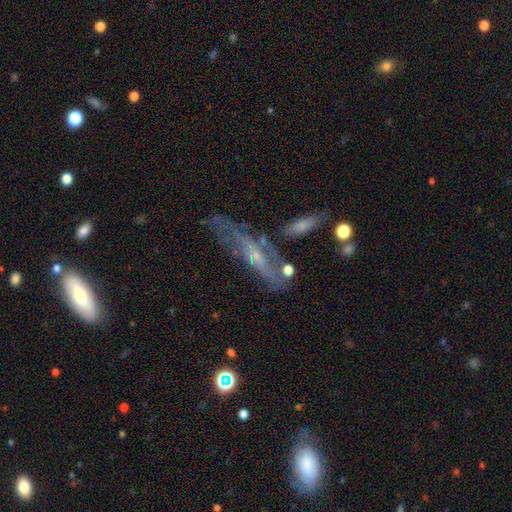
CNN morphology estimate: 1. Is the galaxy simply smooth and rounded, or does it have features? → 64% featured or disk, 24% smooth, 12% star or artifact.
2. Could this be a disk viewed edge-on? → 54% no, 46% yes.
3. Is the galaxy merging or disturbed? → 47% none, 23% minor disturbance, 17% major disturbance, 13% merger.